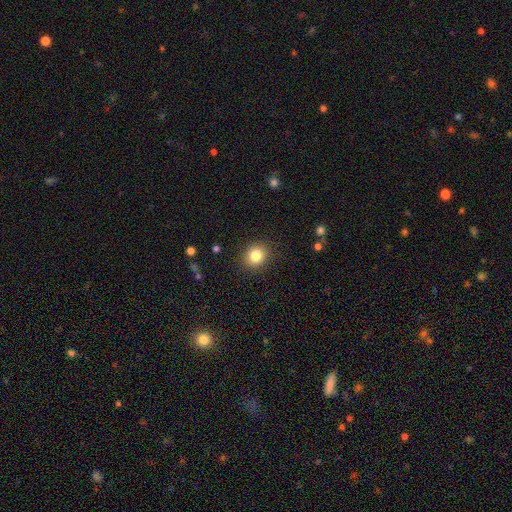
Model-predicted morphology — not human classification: Smooth or featured: smooth — 83% (star or artifact — 11%)
How rounded: round — 77% (in between — 22%)
Merging: none — 89% (minor disturbance — 7%)